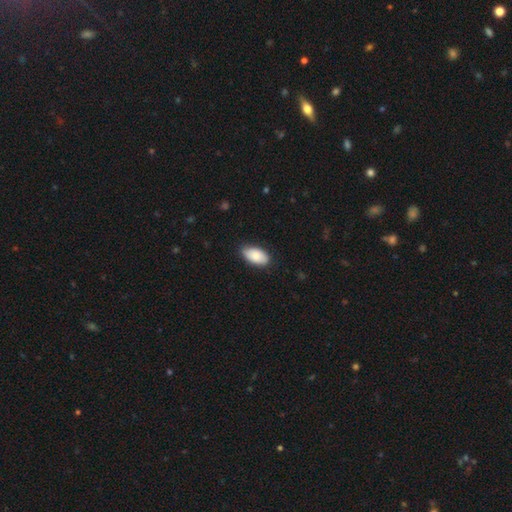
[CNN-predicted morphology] Overall: smooth (84%). How rounded: in between (95%). Merging: none (80%).